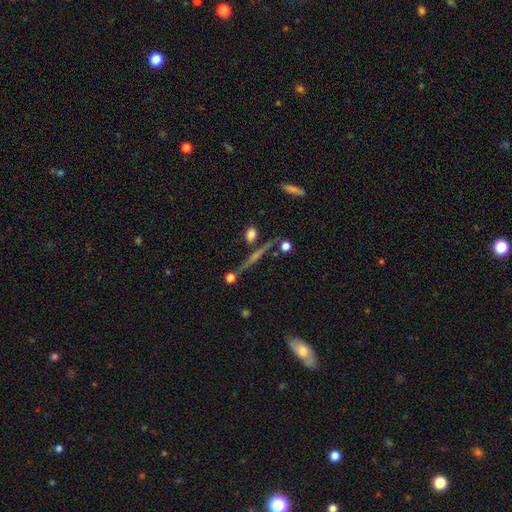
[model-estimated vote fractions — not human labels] Overall: featured or disk (68%). Edge-on disk: yes (94%). Edge-on bulge: rounded (59%; none 28%). Merging: none (78%).